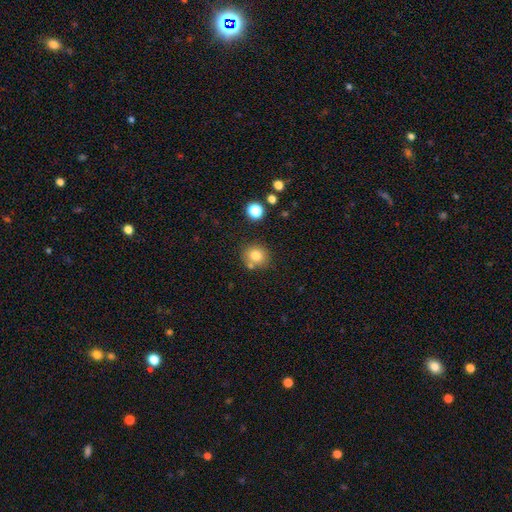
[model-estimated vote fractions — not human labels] smooth 78%, star or artifact 12%, featured or disk 10%. Down the decision tree: how rounded — round (85%); merging — none (73%).